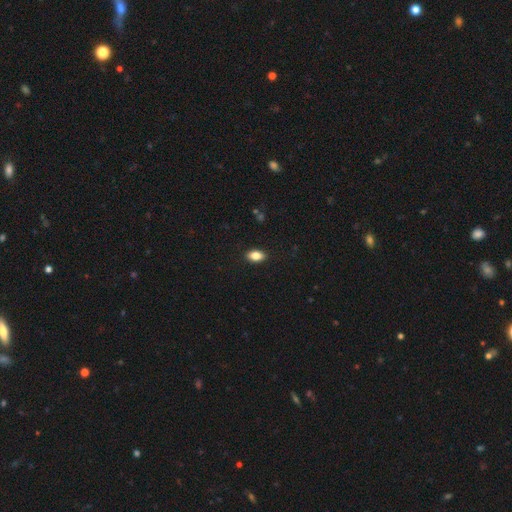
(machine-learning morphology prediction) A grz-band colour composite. It shows a smooth galaxy with no disk features (83%) that is in between round and cigar-shaped (89%). Merging: none (89%).